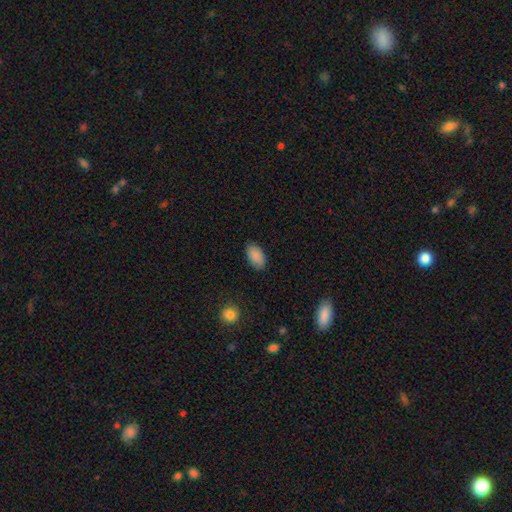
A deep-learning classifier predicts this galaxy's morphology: Smooth or featured: smooth — 89% (star or artifact — 7%)
How rounded: in between — 94% (round — 4%)
Merging: none — 86% (minor disturbance — 10%)